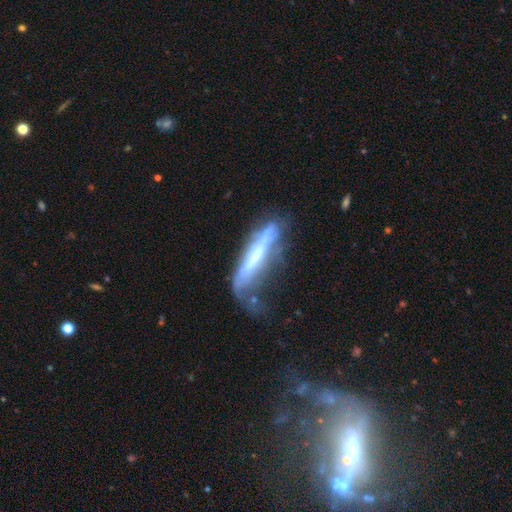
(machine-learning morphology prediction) A featured or disk galaxy (66%) viewed edge-on (58%).

Vote fractions:
- Smooth or featured? featured or disk: 66% / smooth: 27% / star or artifact: 7%
- Edge-on disk? yes: 58% / no: 42%
- Merging? none: 33% / major disturbance: 32% / minor disturbance: 26% / merger: 8%